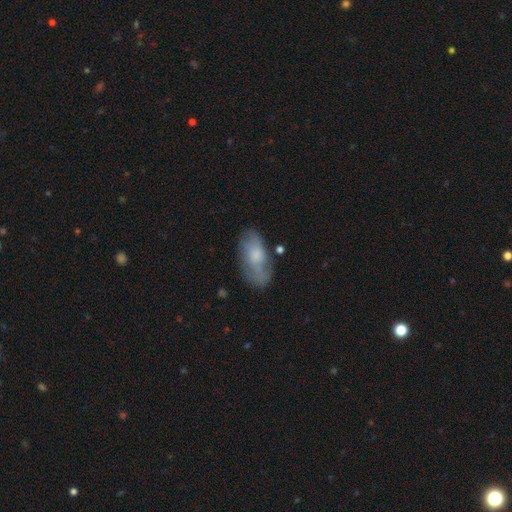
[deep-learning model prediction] Overall: smooth (51%; featured or disk 42%). How rounded: in between (89%). Merging: none (62%; minor disturbance 25%).